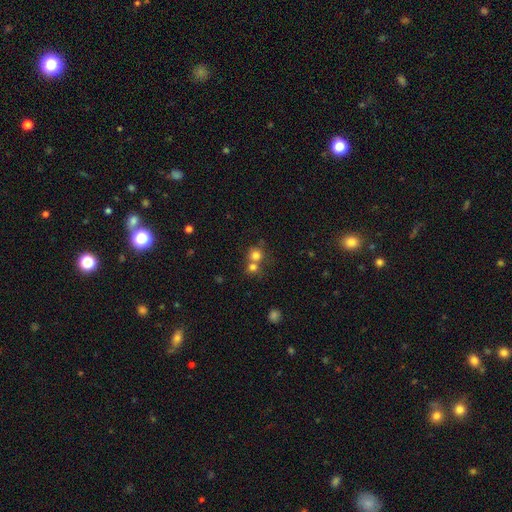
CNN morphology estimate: Smooth or featured?
  - smooth: 75% *
  - star or artifact: 14%
  - featured or disk: 10%
How rounded?
  - round: 87% *
  - in between: 12%
  - cigar-shaped: 1%
Merging?
  - merger: 47% *
  - none: 44%
  - minor disturbance: 6%
  - major disturbance: 3%